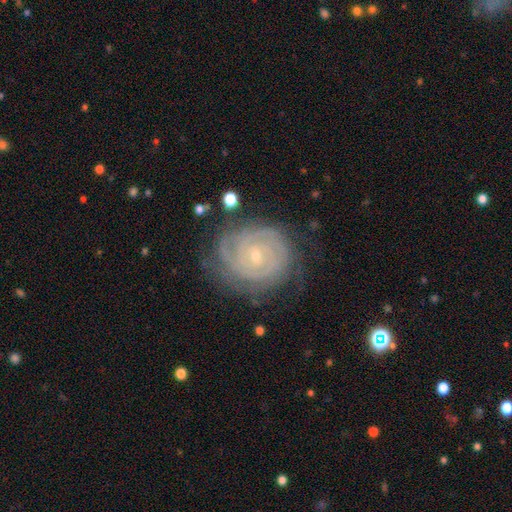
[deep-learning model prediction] Q: Smooth or featured?
A: featured or disk (87%); runner-up: smooth (7%)
Q: Edge-on disk?
A: no (98%); runner-up: yes (2%)
Q: Bar?
A: no (71%); runner-up: weak (23%)
Q: Spiral arms?
A: yes (97%); runner-up: no (3%)
Q: Spiral winding?
A: tight (84%); runner-up: medium (13%)
Q: Spiral arm count?
A: can't tell (27%); runner-up: 2 (22%)
Q: Bulge size?
A: small (81%); runner-up: moderate (16%)
Q: Merging?
A: none (75%); runner-up: minor disturbance (17%)